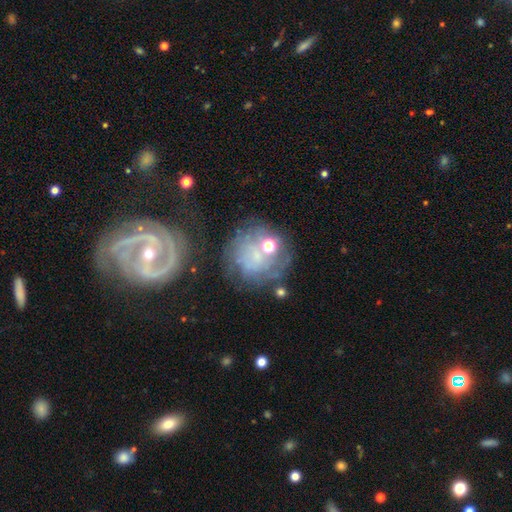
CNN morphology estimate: Smooth or featured?
  - featured or disk: 48% *
  - smooth: 35%
  - star or artifact: 16%
Merging?
  - none: 56% *
  - minor disturbance: 18%
  - major disturbance: 14%
  - merger: 12%